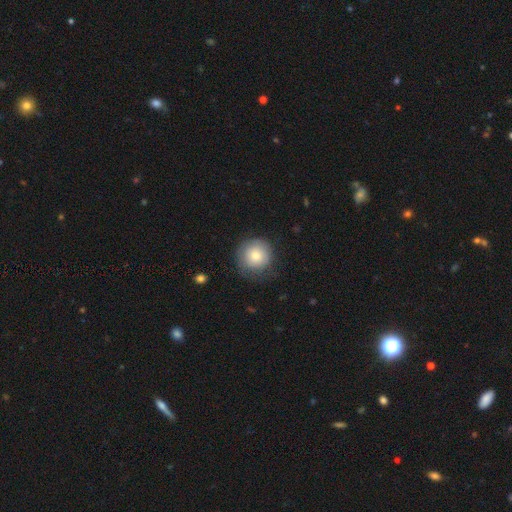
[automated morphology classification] smooth_or_featured: smooth (p=0.79) [alt: featured or disk p=0.14]
how_rounded: round (p=0.94) [alt: in between p=0.05]
merging: none (p=0.74) [alt: minor disturbance p=0.19]